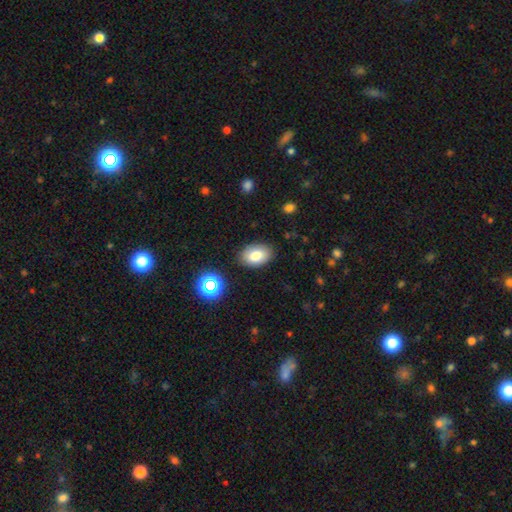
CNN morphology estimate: smooth 78%, featured or disk 12%, star or artifact 10%. Down the decision tree: how rounded — in between (86%); merging — none (85%).